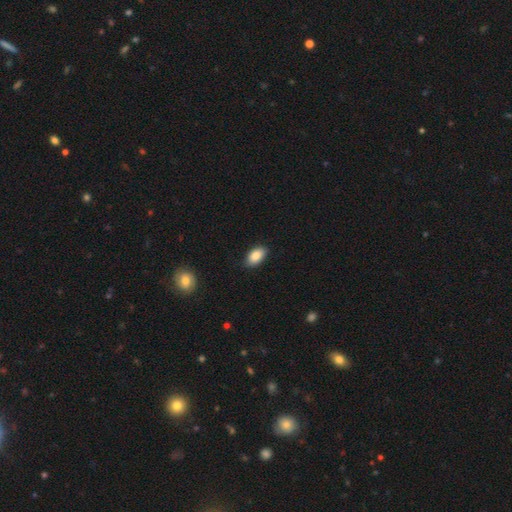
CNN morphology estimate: This appears to be a smooth galaxy with no disk features (87%) that is in between round and cigar-shaped (93%). Merging: none (85%).